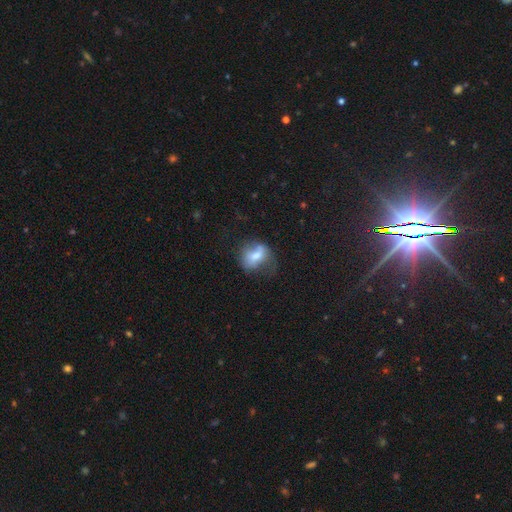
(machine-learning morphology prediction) Smooth or featured?
  - smooth: 62% *
  - featured or disk: 29%
  - star or artifact: 10%
How rounded?
  - in between: 57% *
  - round: 42%
  - cigar-shaped: 2%
Merging?
  - none: 36% *
  - minor disturbance: 31%
  - major disturbance: 25%
  - merger: 8%